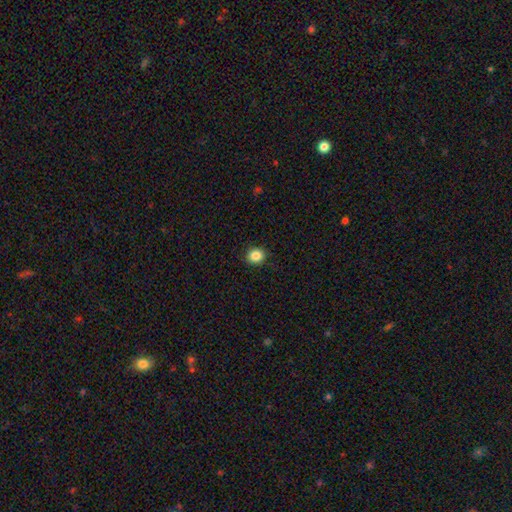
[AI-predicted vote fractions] Smooth or featured?
  - smooth: 86% *
  - star or artifact: 10%
  - featured or disk: 4%
How rounded?
  - round: 77% *
  - in between: 22%
  - cigar-shaped: 1%
Merging?
  - none: 91% *
  - minor disturbance: 7%
  - major disturbance: 2%
  - merger: 1%